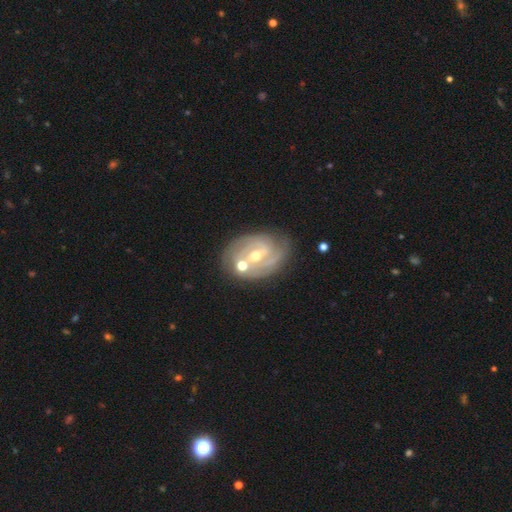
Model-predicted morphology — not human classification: Smooth or featured? Predicted: featured or disk (p=0.85). Edge-on disk? Predicted: no (p=0.96). Bar? Predicted: weak (p=0.48). Spiral arms? Predicted: yes (p=0.95). Spiral winding? Predicted: tight (p=0.58). Spiral arm count? Predicted: 2 (p=0.55). Bulge size? Predicted: moderate (p=0.61). Merging? Predicted: none (p=0.67).